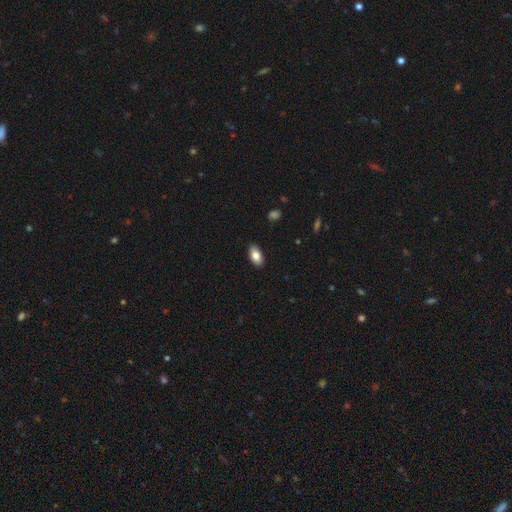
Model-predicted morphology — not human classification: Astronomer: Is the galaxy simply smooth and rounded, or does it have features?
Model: smooth — 81%.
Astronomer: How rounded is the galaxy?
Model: in between — 93%.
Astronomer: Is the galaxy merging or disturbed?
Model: none — 89%.